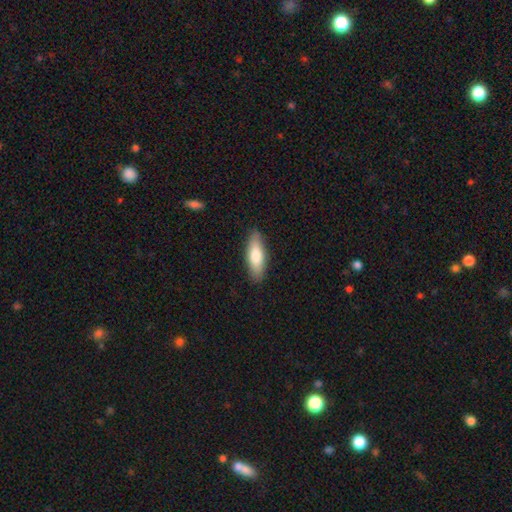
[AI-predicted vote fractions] Smooth or featured?
  - smooth: 77% *
  - featured or disk: 18%
  - star or artifact: 5%
How rounded?
  - in between: 57% *
  - cigar-shaped: 41%
  - round: 2%
Merging?
  - none: 87% *
  - minor disturbance: 10%
  - major disturbance: 2%
  - merger: 1%